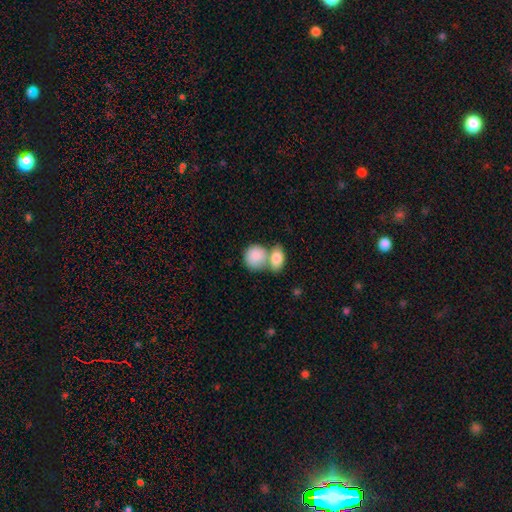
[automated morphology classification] type=smooth (85%); roundness=round (63%); merging=merger (58%).